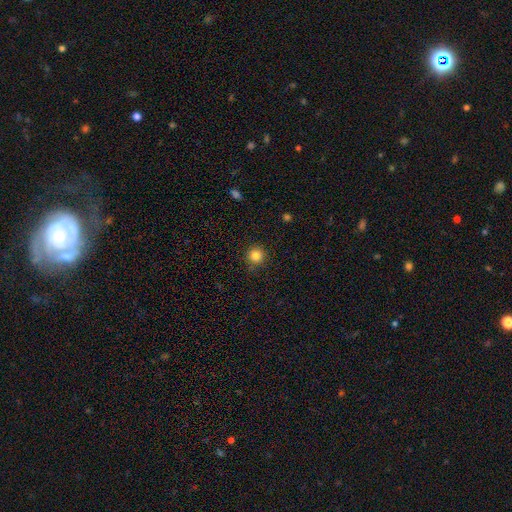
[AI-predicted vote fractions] Smooth or featured? Predicted: smooth (p=0.84). How rounded? Predicted: round (p=0.95). Merging? Predicted: none (p=0.88).